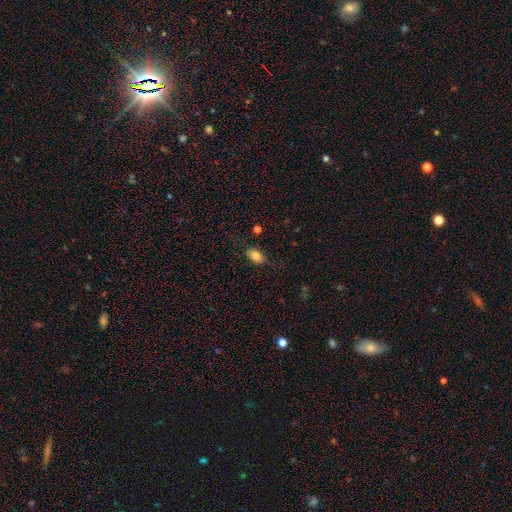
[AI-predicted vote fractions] A smooth galaxy with no disk features (82%) that is in between round and cigar-shaped (86%).

Vote fractions:
- Smooth or featured? smooth: 82% / featured or disk: 9% / star or artifact: 9%
- How rounded? in between: 86% / round: 12% / cigar-shaped: 2%
- Merging? none: 80% / minor disturbance: 15% / major disturbance: 4% / merger: 2%